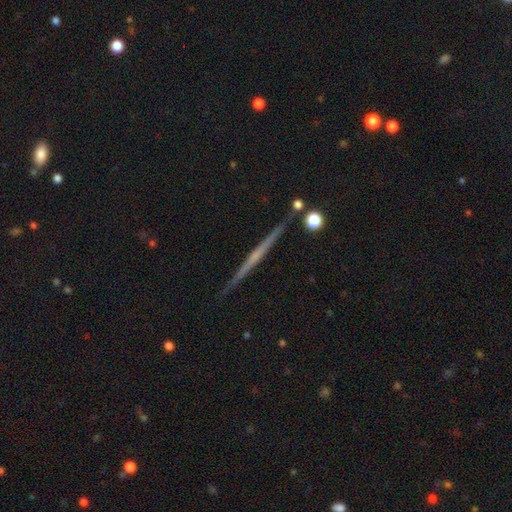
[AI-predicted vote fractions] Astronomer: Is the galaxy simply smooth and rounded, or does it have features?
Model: featured or disk — 75%.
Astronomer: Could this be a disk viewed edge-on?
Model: yes — 98%.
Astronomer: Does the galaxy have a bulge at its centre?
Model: none — 63%.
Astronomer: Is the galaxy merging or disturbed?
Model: none — 91%.